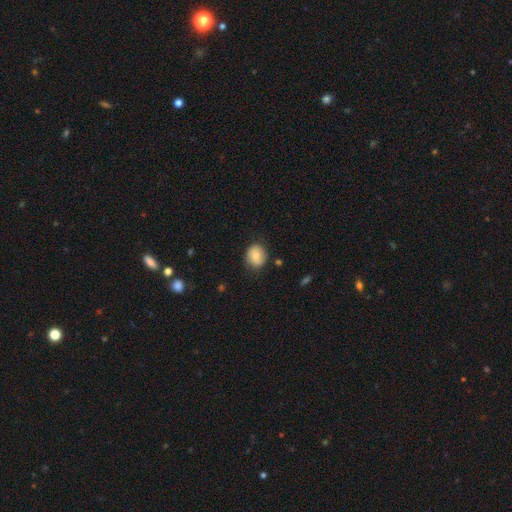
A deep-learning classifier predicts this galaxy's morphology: Overall: smooth (72%). How rounded: round (69%; in between 30%). Merging: none (78%).